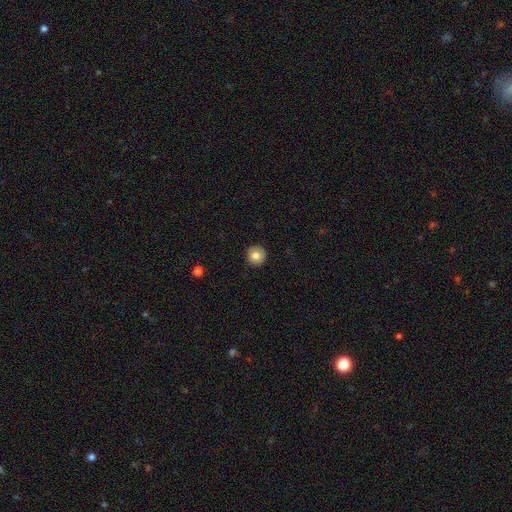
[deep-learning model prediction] Morphology: type=smooth (80%); roundness=round (95%); merging=none (90%).